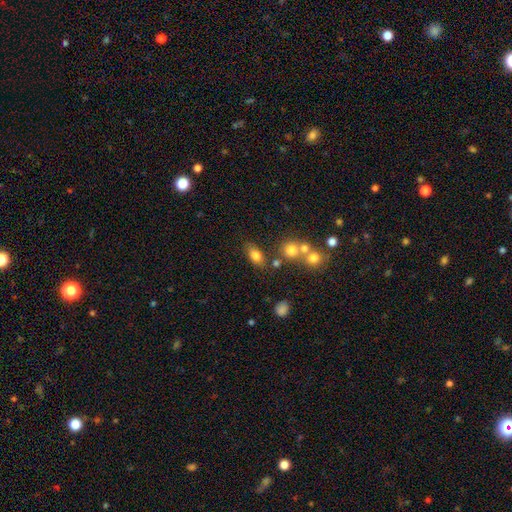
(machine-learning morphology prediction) This is likely a smooth galaxy (78%). How rounded: clearly in between (83%). Merging: likely none (70%).